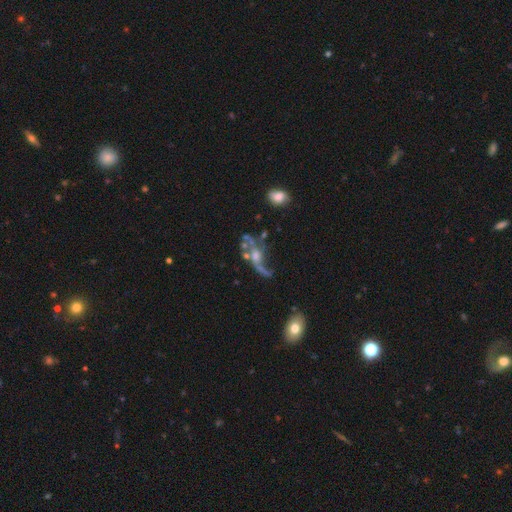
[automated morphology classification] Smooth or featured? featured or disk (73%)
Edge-on disk? no (89%)
Bar? no (68%)
Spiral arms? yes (69%)
Bulge size? moderate (39%)
Merging? none (36%)